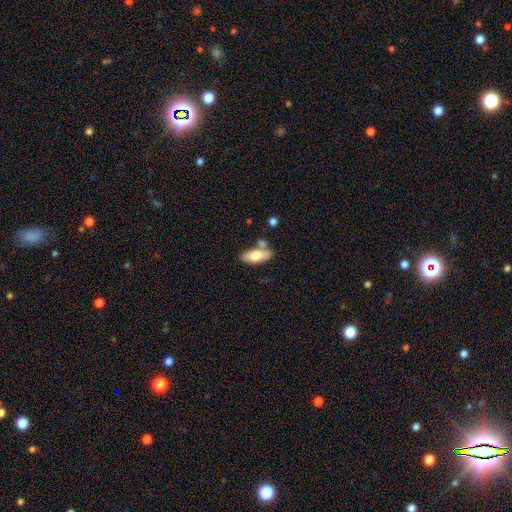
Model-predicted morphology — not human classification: Q: Smooth or featured?
A: smooth (71%); runner-up: featured or disk (23%)
Q: How rounded?
A: in between (78%); runner-up: cigar-shaped (20%)
Q: Merging?
A: none (65%); runner-up: merger (16%)